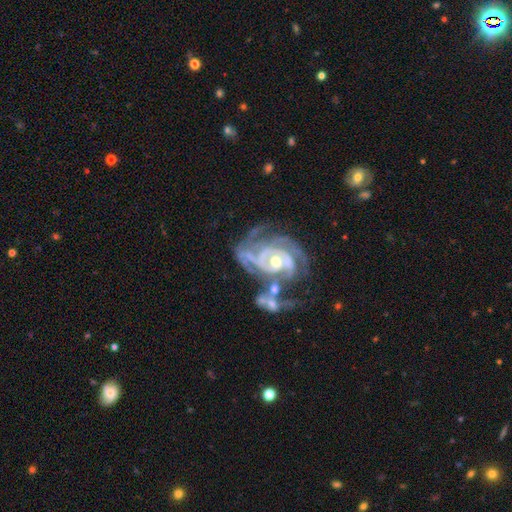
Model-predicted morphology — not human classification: featured or disk 91%, star or artifact 5%, smooth 4%. Down the decision tree: edge-on disk — no (97%); bar — no (55%); spiral arms — yes (97%); spiral arm count — 2 (33%); spiral winding — tight (64%); bulge size — moderate (56%); merging — none (35%).